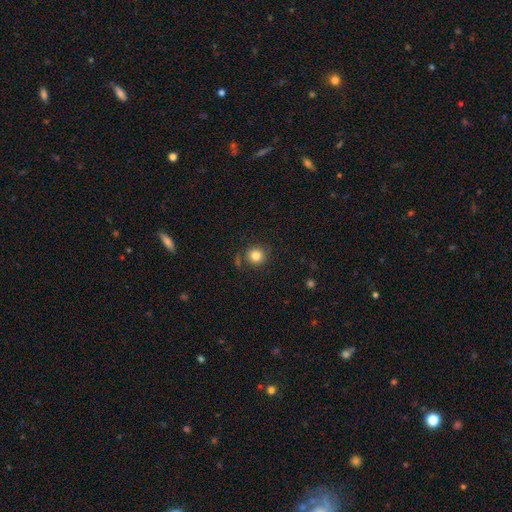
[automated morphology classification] Smooth or featured?
  - smooth: 82% *
  - star or artifact: 12%
  - featured or disk: 7%
How rounded?
  - round: 93% *
  - in between: 7%
  - cigar-shaped: 1%
Merging?
  - none: 82% *
  - minor disturbance: 10%
  - merger: 5%
  - major disturbance: 4%